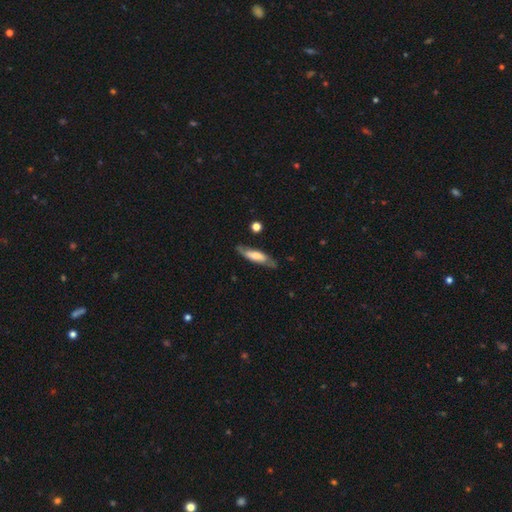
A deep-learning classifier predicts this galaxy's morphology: type=smooth (52%); roundness=cigar-shaped (67%); merging=none (70%).